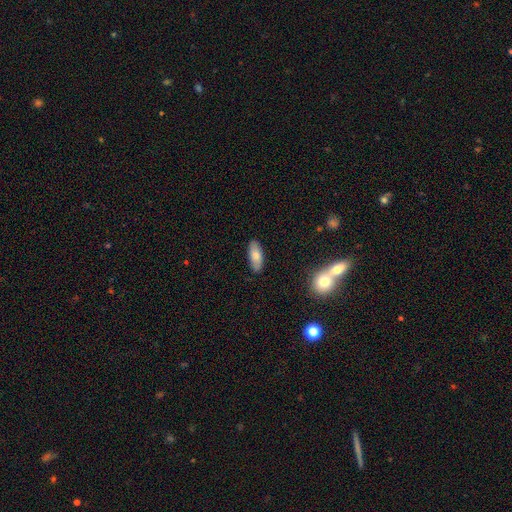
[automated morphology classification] type=smooth (79%); roundness=in between (77%); merging=none (87%).